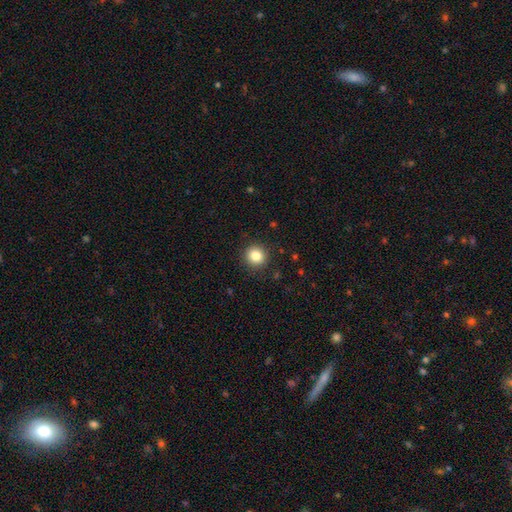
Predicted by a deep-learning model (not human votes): Morphology: type=smooth (83%); roundness=round (94%); merging=none (91%).